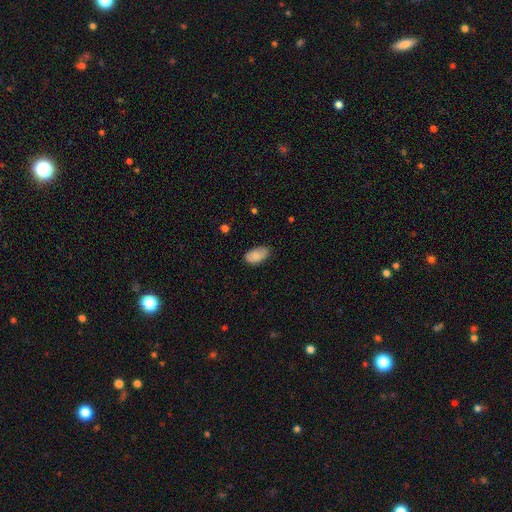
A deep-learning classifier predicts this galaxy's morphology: A smooth galaxy with no disk features (87%) that is in between round and cigar-shaped (94%).

Vote fractions:
- Smooth or featured? smooth: 87% / star or artifact: 7% / featured or disk: 6%
- How rounded? in between: 94% / round: 4% / cigar-shaped: 2%
- Merging? none: 71% / minor disturbance: 24% / major disturbance: 4% / merger: 1%